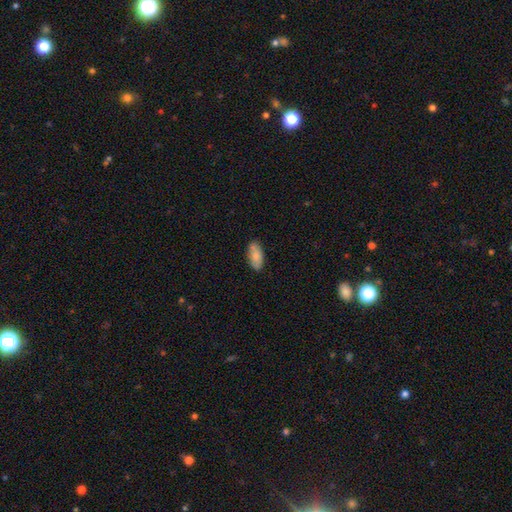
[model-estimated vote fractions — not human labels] Morphology: type=smooth (80%); roundness=in between (89%); merging=none (78%).